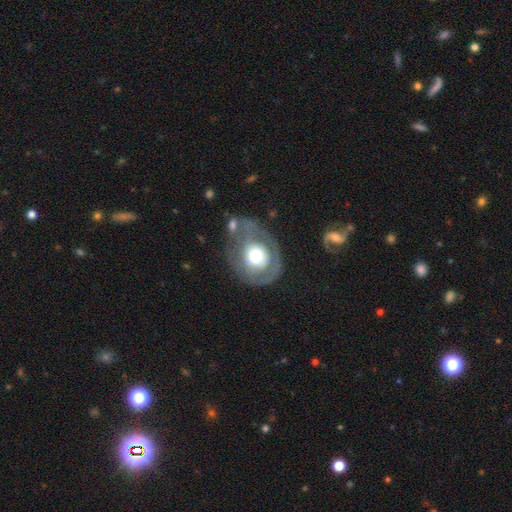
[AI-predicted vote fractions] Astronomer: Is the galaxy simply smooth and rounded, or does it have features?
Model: featured or disk — 49% (runner-up: smooth, 45%).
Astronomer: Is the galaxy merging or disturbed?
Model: none — 47% (runner-up: minor disturbance, 23%).